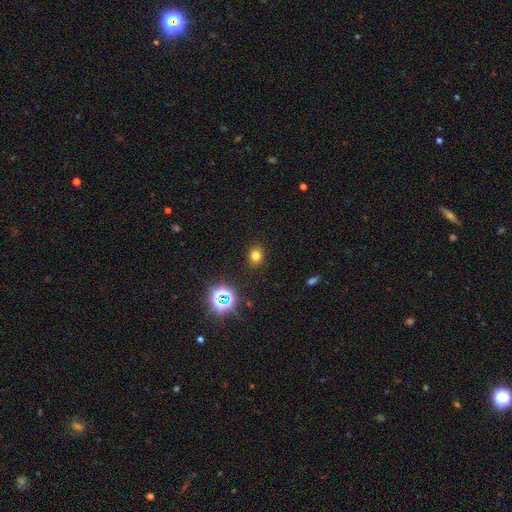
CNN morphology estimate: smooth_or_featured: smooth (p=0.73) [alt: star or artifact p=0.20]
how_rounded: round (p=0.61) [alt: in between p=0.38]
merging: none (p=0.89) [alt: minor disturbance p=0.07]